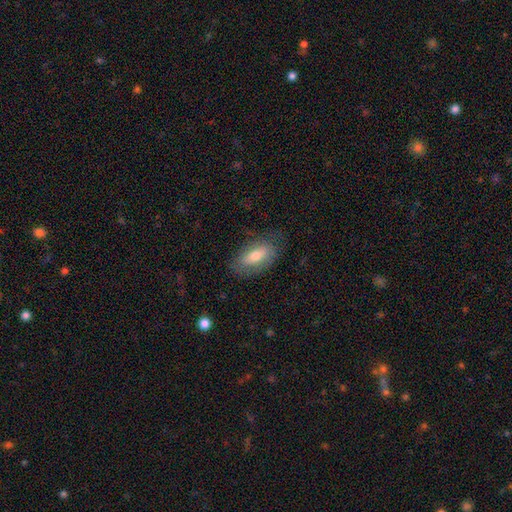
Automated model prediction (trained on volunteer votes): The model was most divided on "smooth or featured": smooth: 66%, featured or disk: 27%, star or artifact: 7%. More confident: how rounded — in between (87%); merging — none (74%).